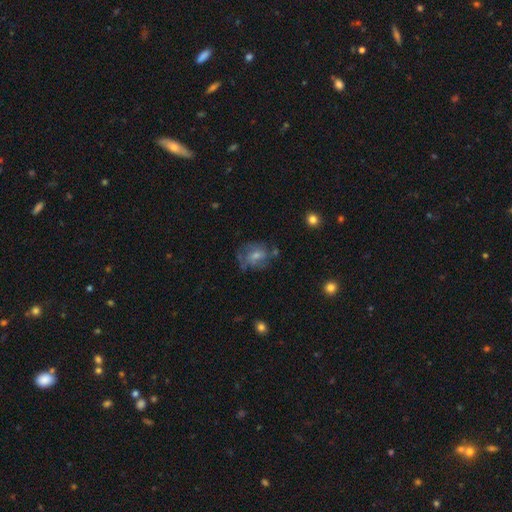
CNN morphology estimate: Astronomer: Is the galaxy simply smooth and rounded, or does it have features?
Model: featured or disk — 46% (runner-up: smooth, 44%).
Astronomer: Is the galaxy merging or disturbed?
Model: none — 48% (runner-up: minor disturbance, 26%).